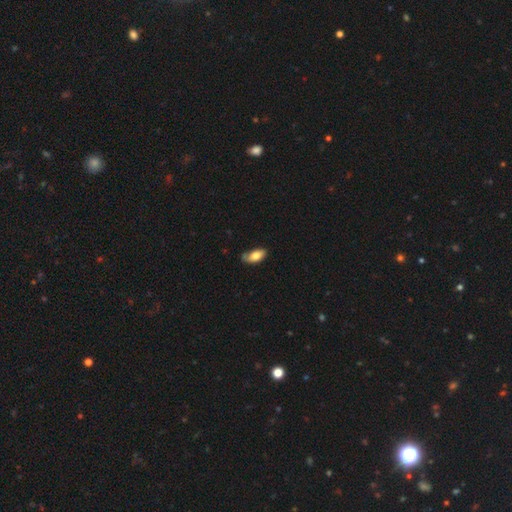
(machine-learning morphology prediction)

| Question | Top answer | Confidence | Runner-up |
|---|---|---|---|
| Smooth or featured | smooth | 76% | featured or disk (17%) |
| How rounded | in between | 92% | cigar-shaped (5%) |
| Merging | none | 63% | minor disturbance (27%) |